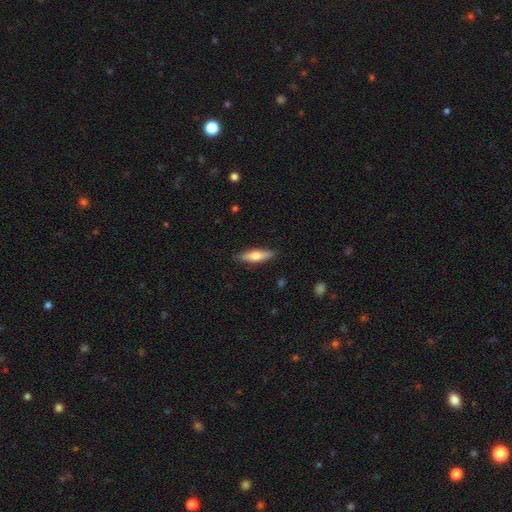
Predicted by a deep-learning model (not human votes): A smooth galaxy with no disk features (56%) that is cigar-shaped (64%). Merging: none (87%).